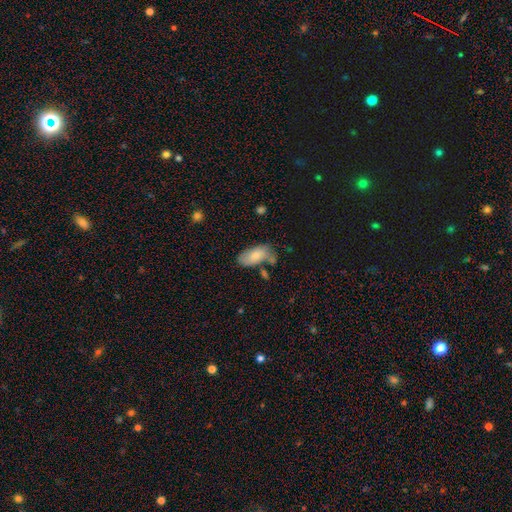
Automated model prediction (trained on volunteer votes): Smooth or featured? smooth (77%)
How rounded? in between (93%)
Merging? none (55%)